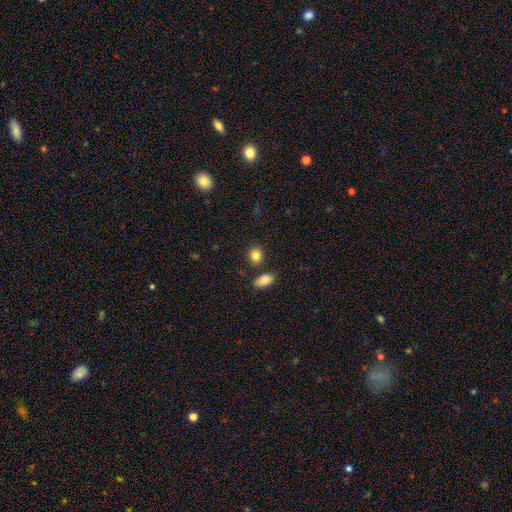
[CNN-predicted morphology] Smooth or featured?
  - smooth: 85% *
  - star or artifact: 9%
  - featured or disk: 5%
How rounded?
  - round: 56% *
  - in between: 42%
  - cigar-shaped: 1%
Merging?
  - none: 79% *
  - minor disturbance: 10%
  - merger: 8%
  - major disturbance: 3%